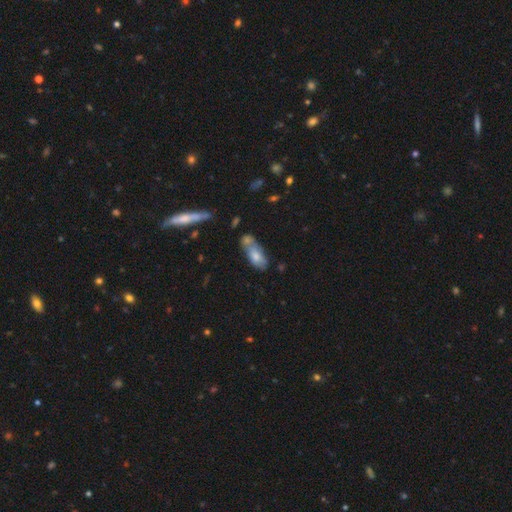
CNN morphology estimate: Overall: smooth (68%). How rounded: in between (77%). Merging: none (37%; merger 33%).